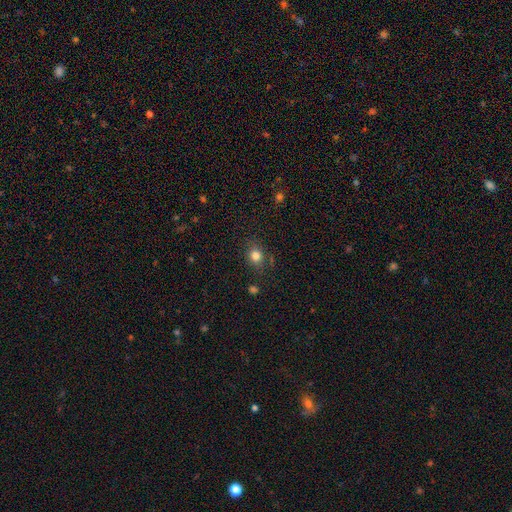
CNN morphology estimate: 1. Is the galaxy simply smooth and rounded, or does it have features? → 81% smooth, 13% star or artifact, 6% featured or disk.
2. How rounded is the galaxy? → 73% round, 26% in between, 1% cigar-shaped.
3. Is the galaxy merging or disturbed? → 80% none, 13% minor disturbance, 4% major disturbance, 3% merger.